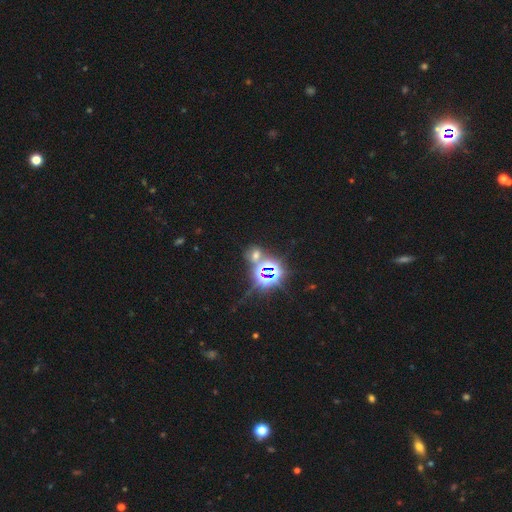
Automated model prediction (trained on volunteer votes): star or artifact 59%, smooth 32%, featured or disk 9%.